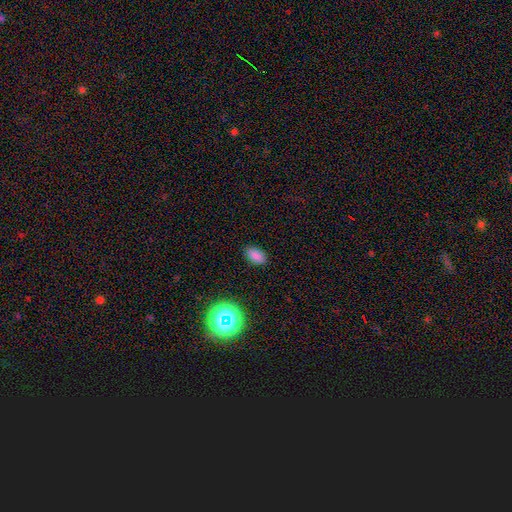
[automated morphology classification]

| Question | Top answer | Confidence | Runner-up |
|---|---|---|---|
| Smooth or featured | smooth | 81% | star or artifact (15%) |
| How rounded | in between | 90% | round (8%) |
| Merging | none | 87% | minor disturbance (9%) |